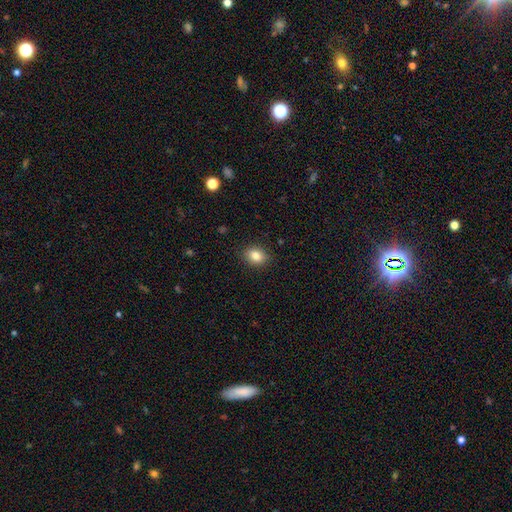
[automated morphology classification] smooth-or-featured: smooth: 84% | star or artifact: 10% | featured or disk: 6%
  how-rounded: round: 50% | in between: 49% | cigar-shaped: 1%
  merging: none: 88% | minor disturbance: 8% | major disturbance: 2% | merger: 1%